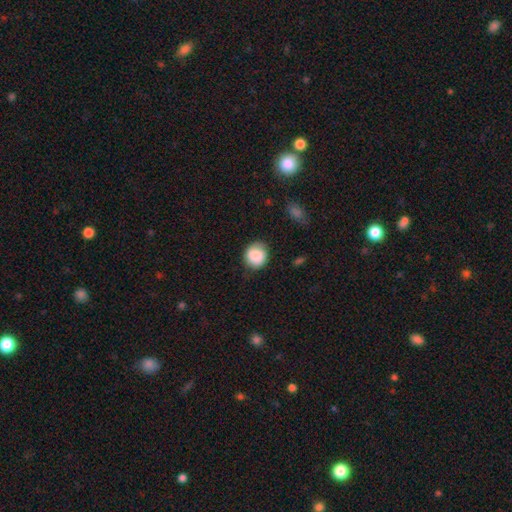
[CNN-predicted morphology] smooth-or-featured: smooth: 81% | featured or disk: 10% | star or artifact: 8%
  how-rounded: round: 80% | in between: 19% | cigar-shaped: 1%
  merging: none: 74% | minor disturbance: 19% | major disturbance: 5% | merger: 2%